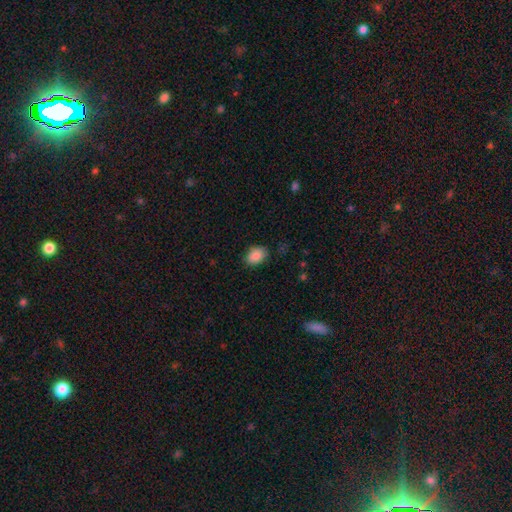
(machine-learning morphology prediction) type=smooth (88%); roundness=in between (78%); merging=none (81%).